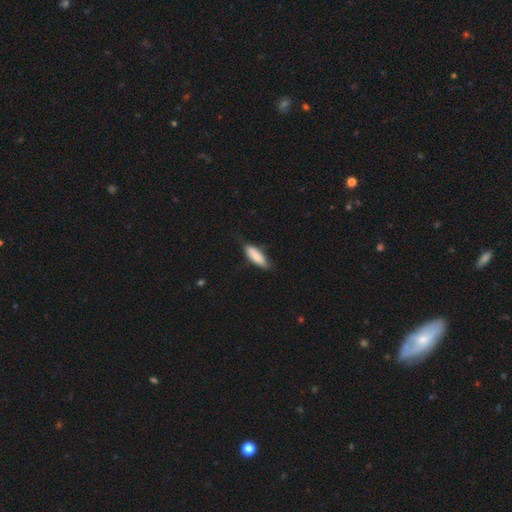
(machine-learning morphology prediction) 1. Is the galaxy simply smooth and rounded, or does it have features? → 81% smooth, 13% featured or disk, 6% star or artifact.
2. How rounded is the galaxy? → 55% in between, 43% cigar-shaped, 2% round.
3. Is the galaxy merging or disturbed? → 68% none, 26% minor disturbance, 5% major disturbance, 2% merger.